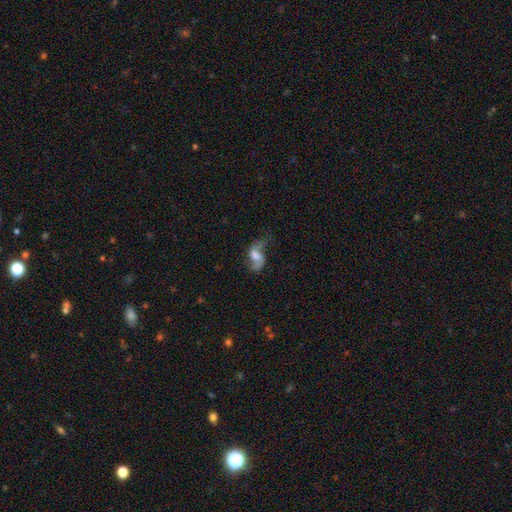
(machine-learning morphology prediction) Smooth or featured? Predicted: featured or disk (p=0.57). Edge-on disk? Predicted: no (p=0.96). Bar? Predicted: no (p=0.46). Spiral arms? Predicted: yes (p=0.80). Bulge size? Predicted: moderate (p=0.34). Merging? Predicted: none (p=0.36).